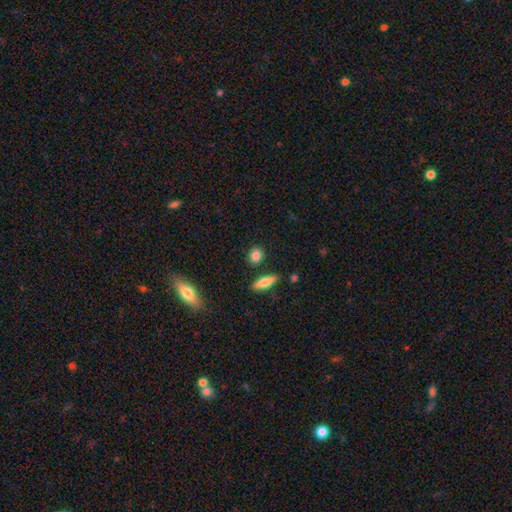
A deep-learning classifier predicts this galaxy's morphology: smooth-or-featured: smooth: 84% | star or artifact: 9% | featured or disk: 7%
  how-rounded: round: 64% | in between: 31% | cigar-shaped: 5%
  merging: none: 85% | minor disturbance: 8% | merger: 4% | major disturbance: 2%